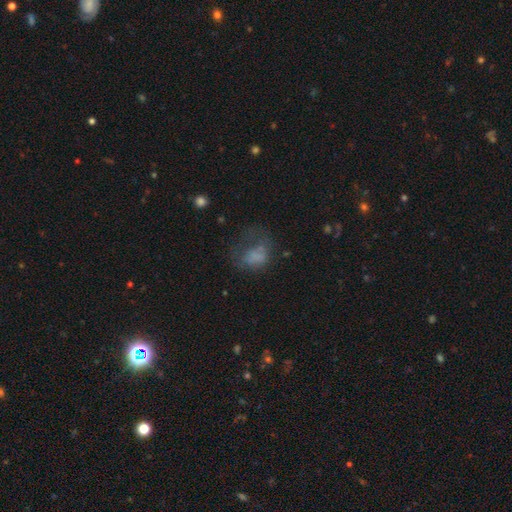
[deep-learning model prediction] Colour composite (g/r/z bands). It shows a smooth galaxy with no disk features (58%) that is in between round and cigar-shaped (65%). Merging: major disturbance (48%).